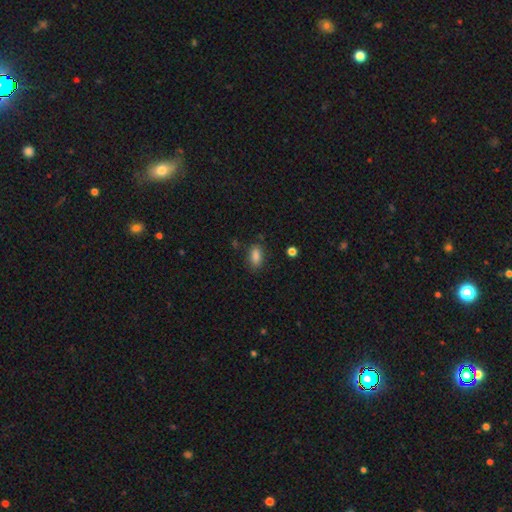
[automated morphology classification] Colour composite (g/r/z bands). It shows a smooth galaxy with no disk features (85%) that is in between round and cigar-shaped (86%). Merging: none (81%).